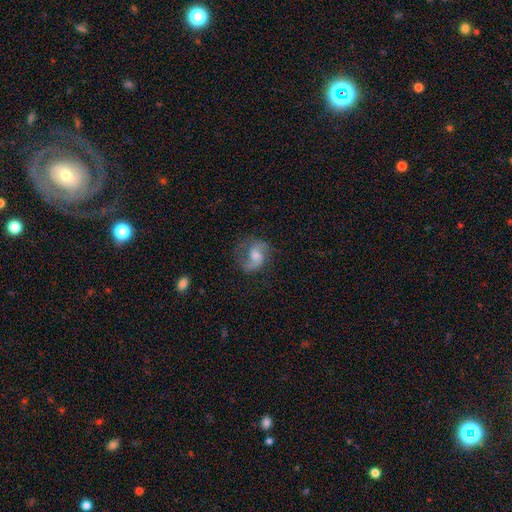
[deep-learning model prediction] Overall: featured or disk (74%). Edge-on disk: no (98%). Bar: no (49%; weak 42%). Spiral arms: yes (94%). Spiral arm count: 2 (81%). Spiral winding: medium (48%; loose 37%). Bulge size: moderate (51%; small 27%). Merging: none (66%).